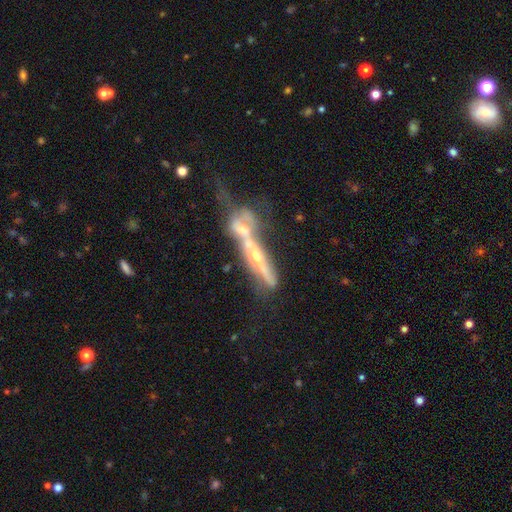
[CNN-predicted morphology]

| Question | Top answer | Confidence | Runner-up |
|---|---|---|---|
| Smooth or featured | featured or disk | 77% | smooth (16%) |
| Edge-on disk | yes | 76% | no (24%) |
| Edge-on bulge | rounded | 84% | none (12%) |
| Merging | merger | 54% | none (23%) |